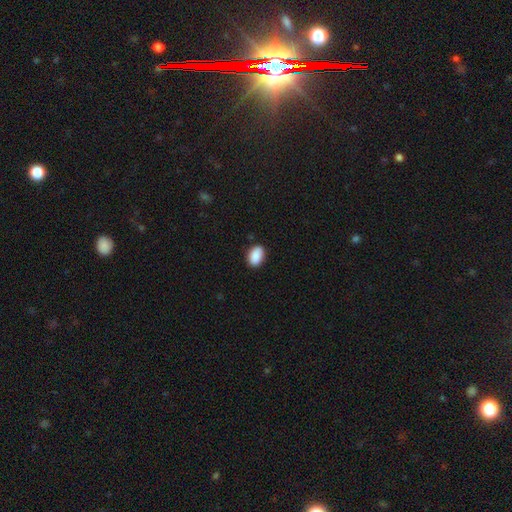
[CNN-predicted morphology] The model was most divided on "merging": none: 86%, minor disturbance: 11%, major disturbance: 2%, merger: 1%. More confident: smooth or featured — smooth (90%); how rounded — in between (87%).